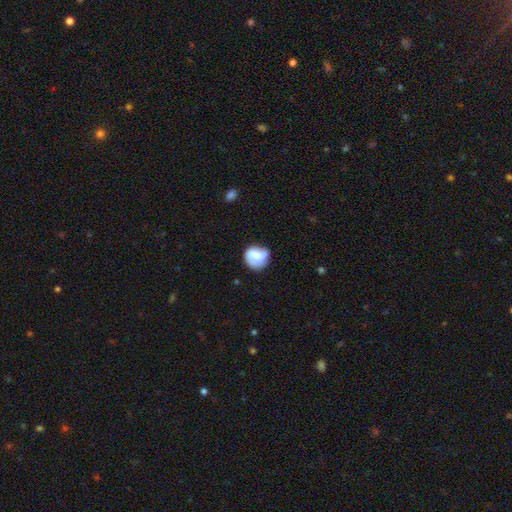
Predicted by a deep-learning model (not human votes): Smooth or featured?
  - smooth: 52% *
  - featured or disk: 40%
  - star or artifact: 8%
How rounded?
  - round: 77% *
  - in between: 22%
  - cigar-shaped: 1%
Merging?
  - none: 55% *
  - minor disturbance: 27%
  - major disturbance: 15%
  - merger: 3%